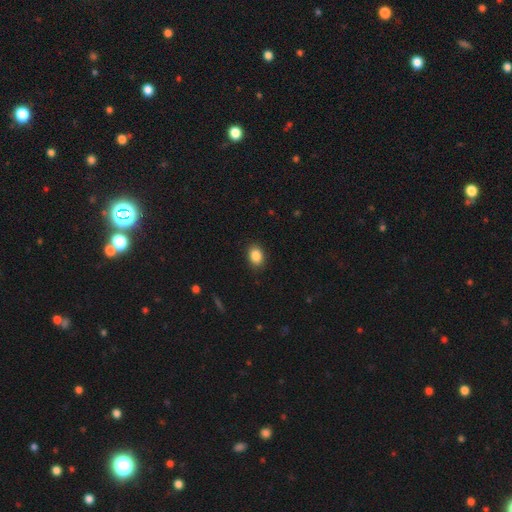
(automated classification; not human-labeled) The model was most divided on "how rounded": in between: 69%, round: 30%, cigar-shaped: 1%. More confident: merging — none (88%); smooth or featured — smooth (88%).